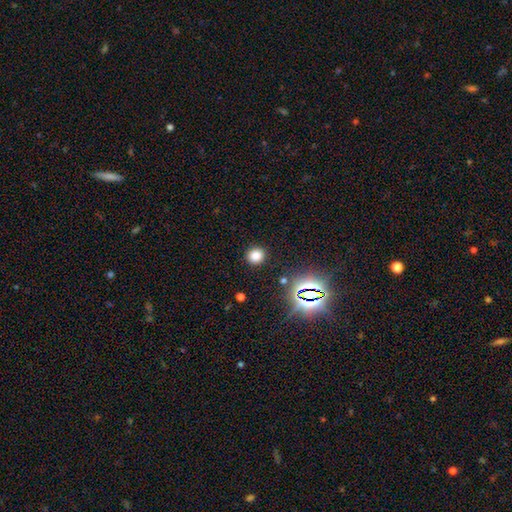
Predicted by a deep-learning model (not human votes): Smooth or featured?
  - smooth: 77% *
  - star or artifact: 18%
  - featured or disk: 5%
How rounded?
  - round: 86% *
  - in between: 13%
  - cigar-shaped: 1%
Merging?
  - none: 90% *
  - minor disturbance: 6%
  - major disturbance: 3%
  - merger: 2%